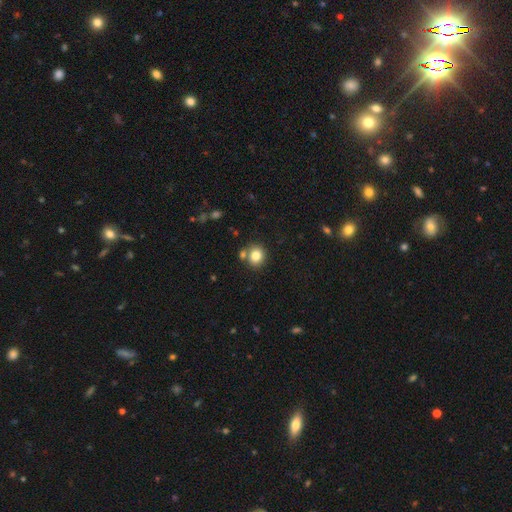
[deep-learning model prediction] Smooth or featured? smooth (81%)
How rounded? round (79%)
Merging? none (73%)